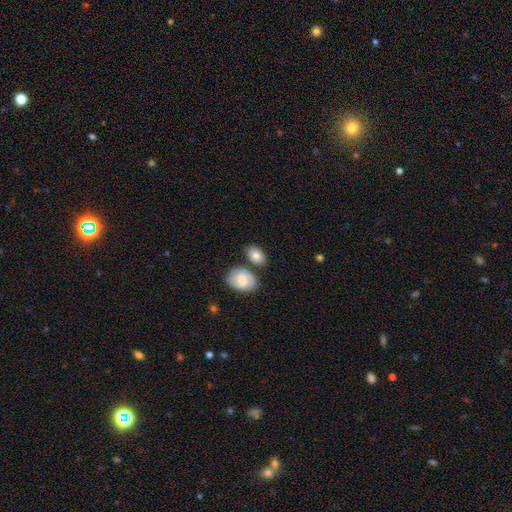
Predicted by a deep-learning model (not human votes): smooth 80%, featured or disk 14%, star or artifact 7%. Down the decision tree: how rounded — in between (85%); merging — none (65%).